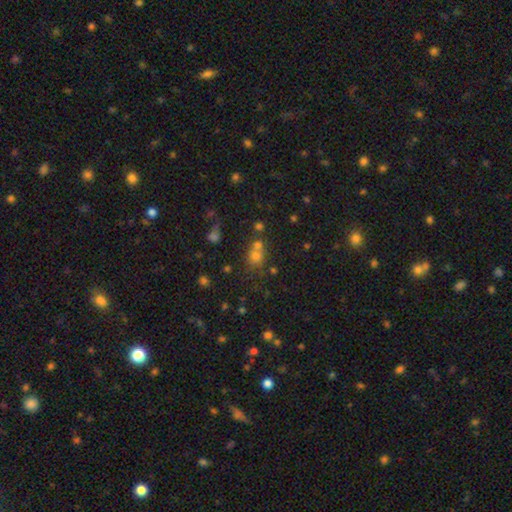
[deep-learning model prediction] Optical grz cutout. It shows a smooth galaxy with no disk features (62%) that is round (75%). Merging: none (49%).